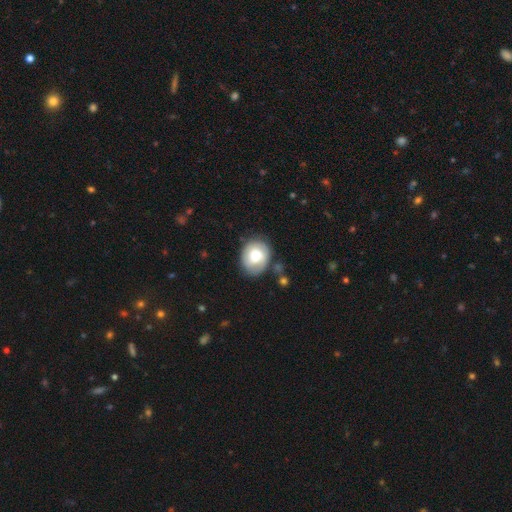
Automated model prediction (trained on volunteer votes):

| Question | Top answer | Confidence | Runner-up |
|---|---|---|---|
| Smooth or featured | smooth | 59% | featured or disk (34%) |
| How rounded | round | 51% | in between (48%) |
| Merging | none | 70% | minor disturbance (20%) |